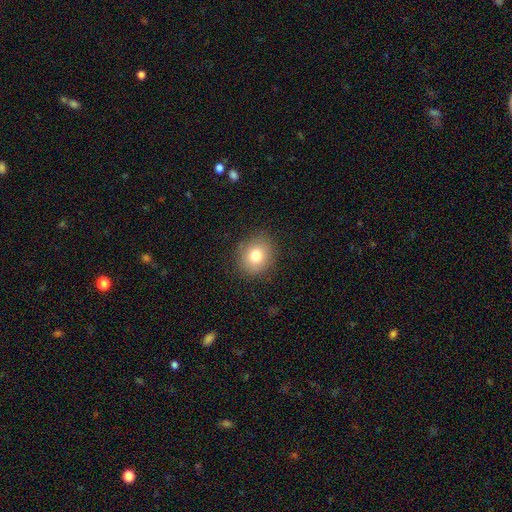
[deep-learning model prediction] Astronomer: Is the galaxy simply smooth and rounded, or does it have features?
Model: smooth — 79%.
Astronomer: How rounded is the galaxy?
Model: round — 72%.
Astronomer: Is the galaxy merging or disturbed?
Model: none — 87%.